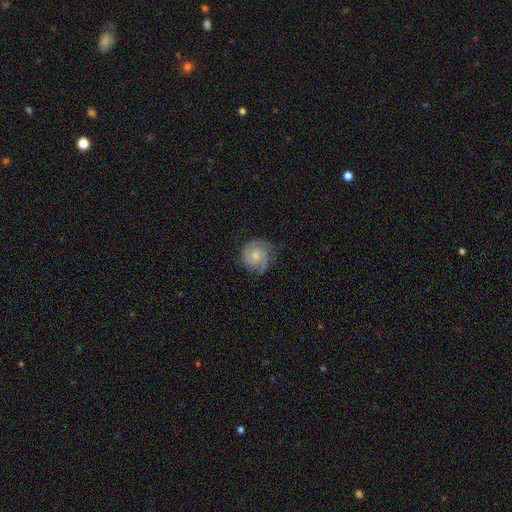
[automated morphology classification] Q: Smooth or featured?
A: featured or disk (71%); runner-up: smooth (23%)
Q: Edge-on disk?
A: no (98%); runner-up: yes (2%)
Q: Bar?
A: no (70%); runner-up: weak (26%)
Q: Spiral arms?
A: yes (94%); runner-up: no (6%)
Q: Spiral winding?
A: tight (61%); runner-up: medium (32%)
Q: Spiral arm count?
A: 2 (59%); runner-up: can't tell (16%)
Q: Bulge size?
A: moderate (50%); runner-up: small (38%)
Q: Merging?
A: none (73%); runner-up: minor disturbance (19%)